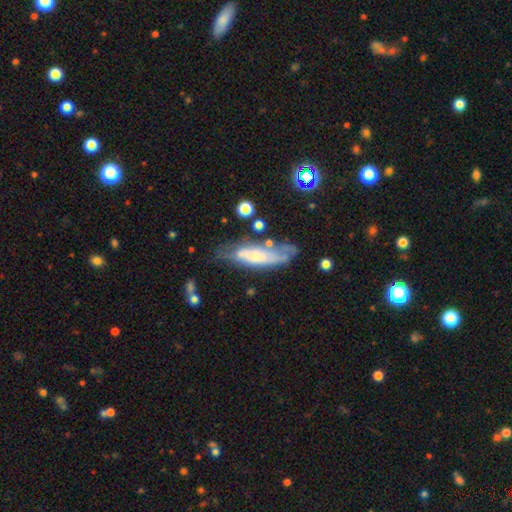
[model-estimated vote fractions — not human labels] A featured or disk galaxy (46%, tied with smooth). Merging: none (45%).